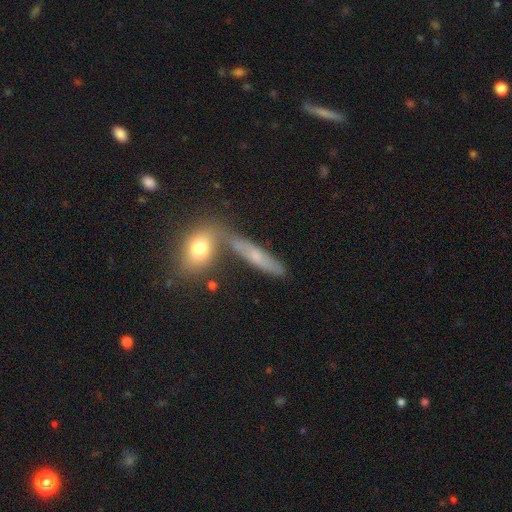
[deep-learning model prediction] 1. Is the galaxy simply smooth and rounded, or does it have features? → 51% smooth, 38% featured or disk, 11% star or artifact.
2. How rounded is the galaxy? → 69% cigar-shaped, 24% in between, 7% round.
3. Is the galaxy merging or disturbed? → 62% none, 20% merger, 13% minor disturbance, 5% major disturbance.